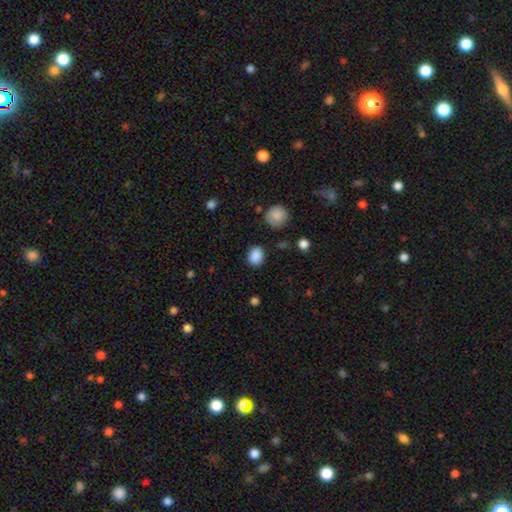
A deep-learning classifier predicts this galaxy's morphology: Smooth or featured? smooth (87%)
How rounded? round (62%)
Merging? none (85%)